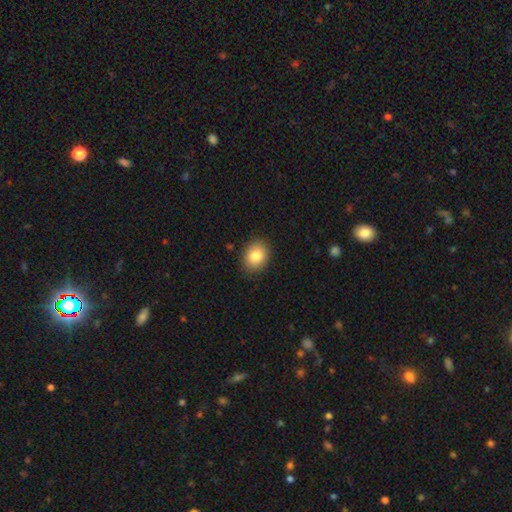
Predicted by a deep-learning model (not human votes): This is clearly a smooth galaxy (83%). How rounded: possibly in between (53%). Merging: clearly none (89%).